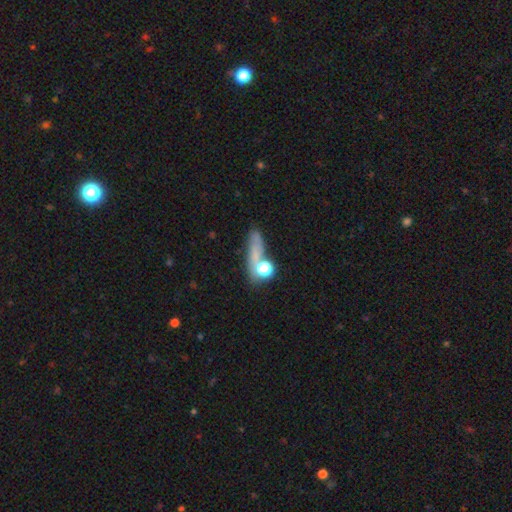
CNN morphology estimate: Smooth or featured: smooth — 56% (star or artifact — 23%)
How rounded: cigar-shaped — 42% (round — 30%)
Merging: none — 54% (minor disturbance — 17%)